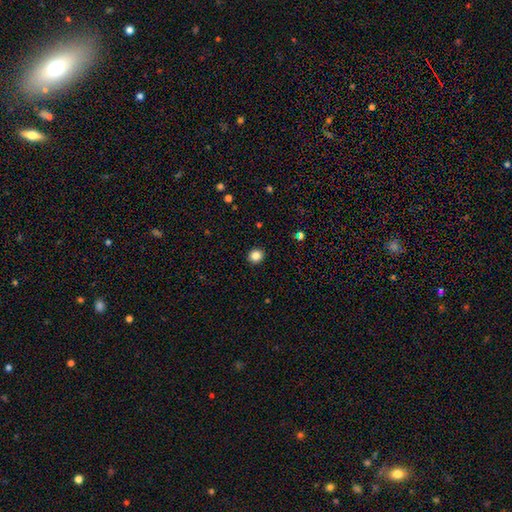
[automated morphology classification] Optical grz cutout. It shows a smooth galaxy with no disk features (85%) that is round (85%). Merging: none (92%).